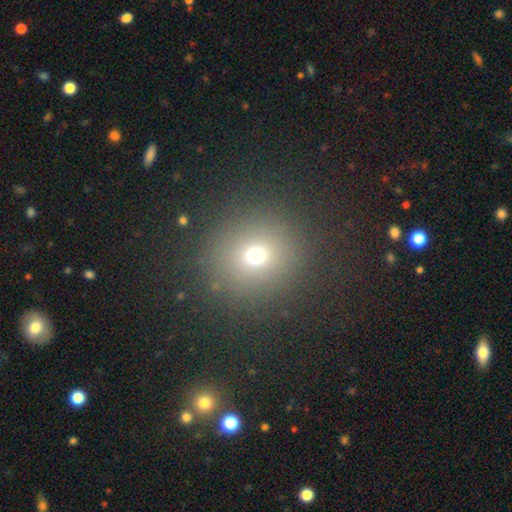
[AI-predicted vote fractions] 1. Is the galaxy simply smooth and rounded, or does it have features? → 69% smooth, 21% star or artifact, 10% featured or disk.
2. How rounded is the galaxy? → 88% round, 11% in between, 1% cigar-shaped.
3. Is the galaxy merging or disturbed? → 86% none, 7% minor disturbance, 5% major disturbance, 2% merger.